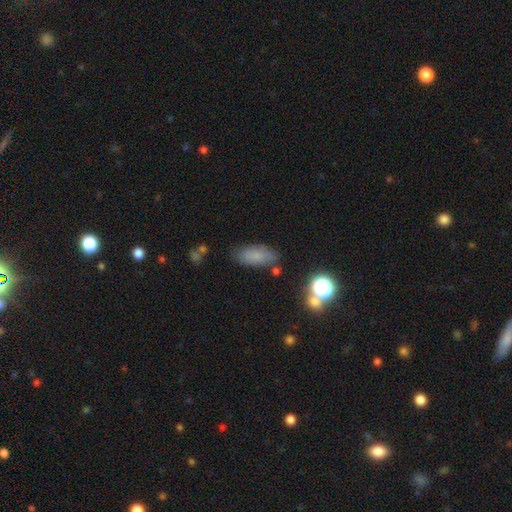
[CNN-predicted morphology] This appears to be a smooth galaxy with no disk features (76%) that is in between round and cigar-shaped (82%). Merging: none (72%).